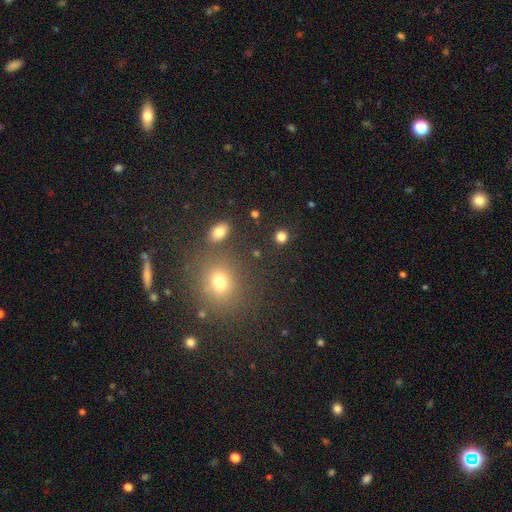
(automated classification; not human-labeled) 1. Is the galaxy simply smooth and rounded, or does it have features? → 55% smooth, 35% star or artifact, 9% featured or disk.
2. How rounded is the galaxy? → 86% round, 12% in between, 1% cigar-shaped.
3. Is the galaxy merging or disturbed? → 81% none, 8% minor disturbance, 7% merger, 3% major disturbance.